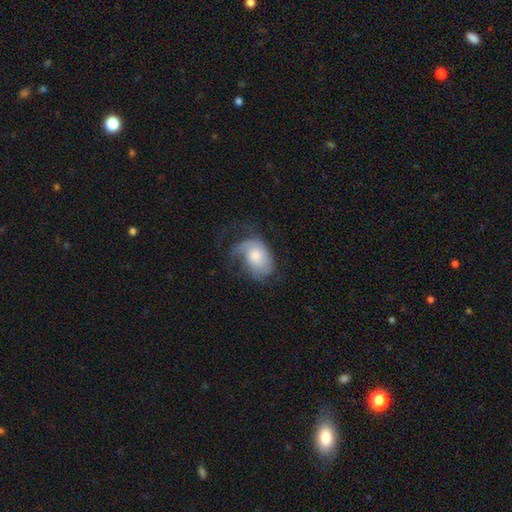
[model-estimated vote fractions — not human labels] Smooth or featured: featured or disk — 53% (smooth — 40%)
Edge-on disk: no — 96% (yes — 4%)
Bar: no — 79% (weak — 18%)
Spiral arms: yes — 78% (no — 22%)
Bulge size: moderate — 54% (small — 23%)
Merging: major disturbance — 39% (none — 34%)